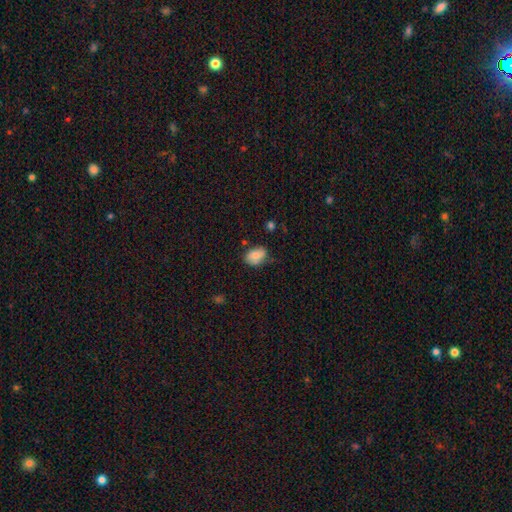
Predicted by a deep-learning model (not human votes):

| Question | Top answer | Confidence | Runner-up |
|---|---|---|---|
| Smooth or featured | smooth | 82% | featured or disk (10%) |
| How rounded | in between | 82% | round (17%) |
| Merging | none | 65% | minor disturbance (27%) |